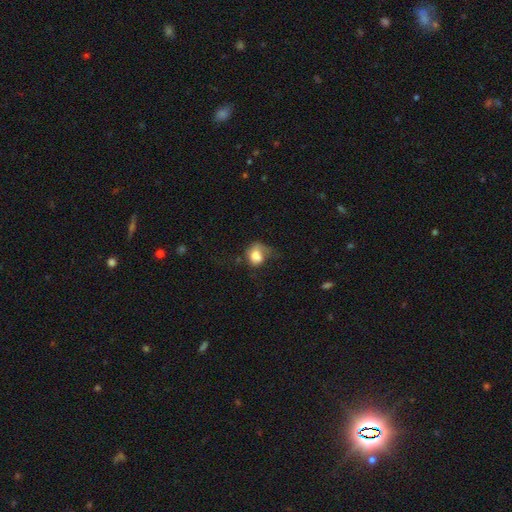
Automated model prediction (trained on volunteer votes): Morphology: type=smooth (71%); roundness=round (50%); merging=major disturbance (43%).